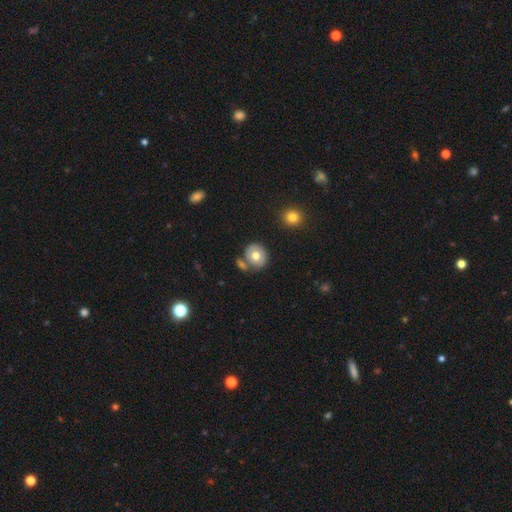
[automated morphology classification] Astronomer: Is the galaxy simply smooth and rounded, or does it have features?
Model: smooth — 65%.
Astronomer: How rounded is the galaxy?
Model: round — 77%.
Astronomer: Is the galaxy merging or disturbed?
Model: none — 67%.